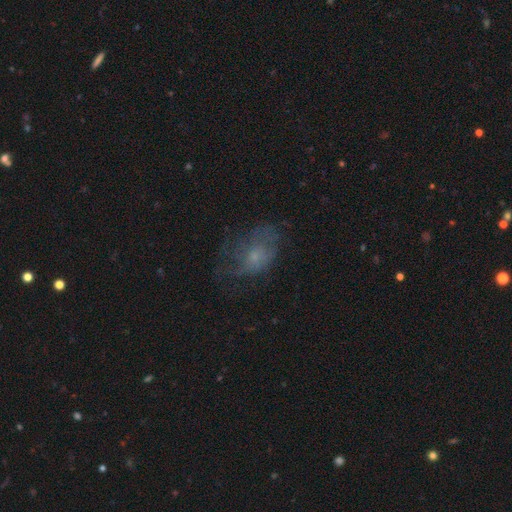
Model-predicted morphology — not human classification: This appears to be a smooth galaxy with no disk features (45%). Merging: none (45%).